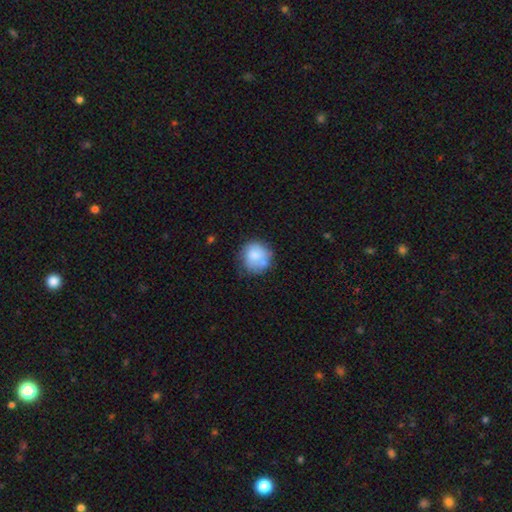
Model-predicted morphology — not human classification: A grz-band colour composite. It shows a smooth galaxy with no disk features (76%) that is round (88%). Merging: none (58%).